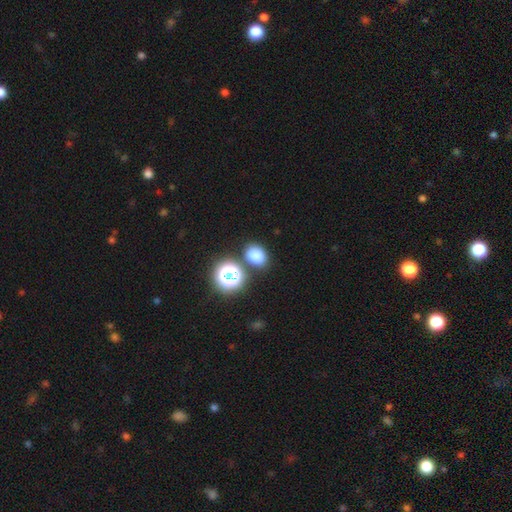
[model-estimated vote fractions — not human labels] A smooth galaxy with no disk features (76%) that is in between round and cigar-shaped (59%).

Vote fractions:
- Smooth or featured? smooth: 76% / star or artifact: 17% / featured or disk: 6%
- How rounded? in between: 59% / round: 40% / cigar-shaped: 1%
- Merging? none: 76% / minor disturbance: 10% / merger: 10% / major disturbance: 3%